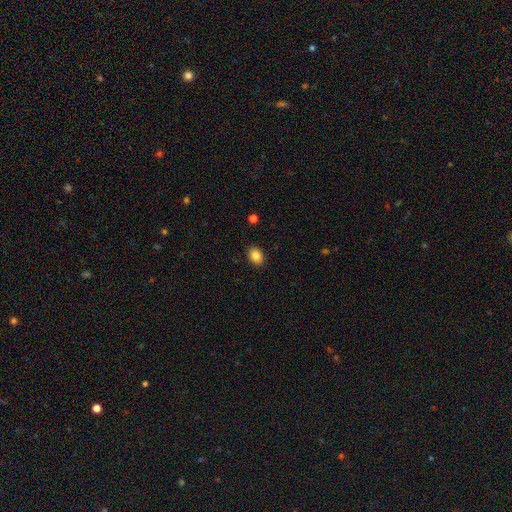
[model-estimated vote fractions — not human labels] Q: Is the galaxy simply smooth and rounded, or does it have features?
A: smooth — 86%.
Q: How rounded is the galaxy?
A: in between — 69%.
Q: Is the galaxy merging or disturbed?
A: none — 89%.